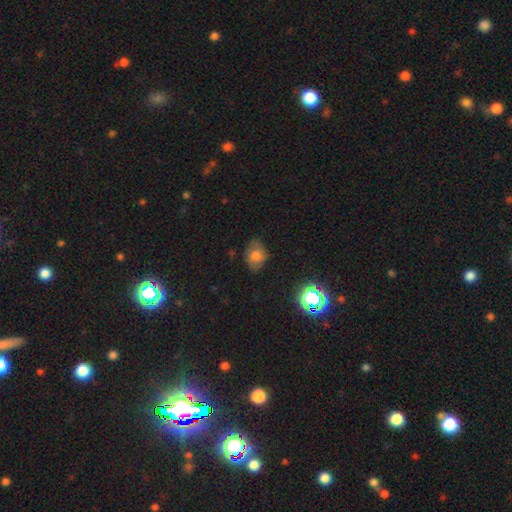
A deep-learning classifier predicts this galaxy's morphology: The model was most divided on "how rounded": in between: 69%, round: 30%, cigar-shaped: 1%. More confident: smooth or featured — smooth (67%); merging — none (65%).